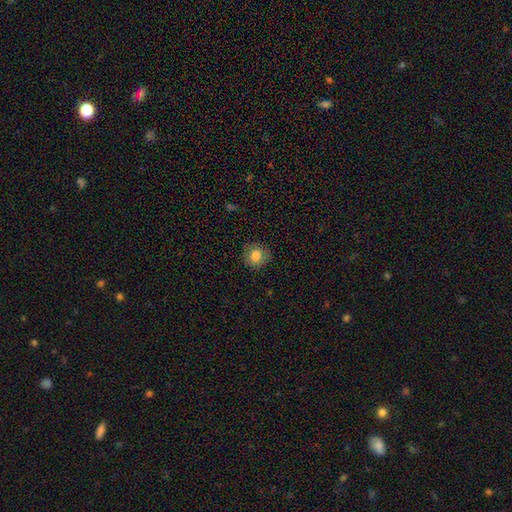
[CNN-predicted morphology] Overall: smooth (80%). How rounded: round (87%). Merging: none (86%).